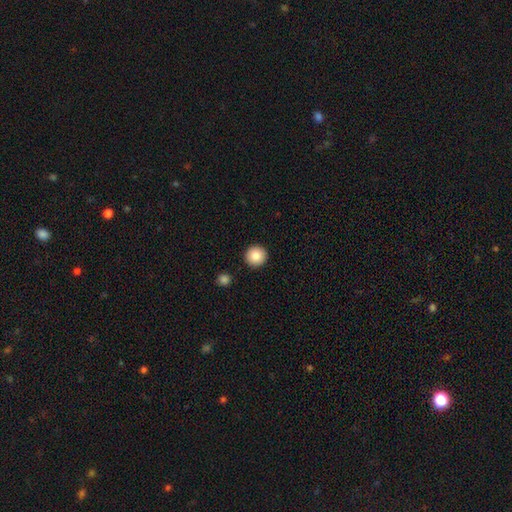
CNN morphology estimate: This appears to be a smooth galaxy with no disk features (86%) that is round (93%). Merging: none (92%).